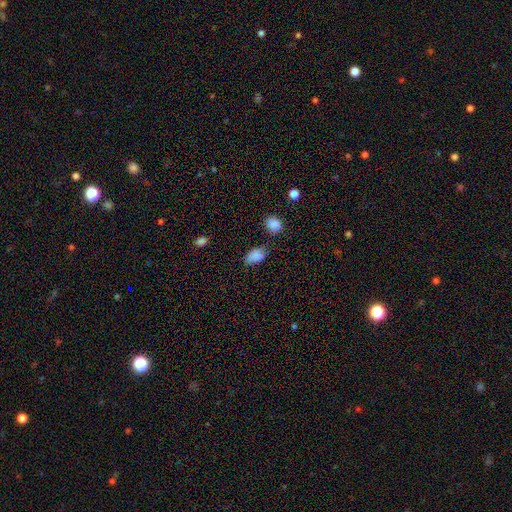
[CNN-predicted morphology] Smooth or featured? smooth (85%)
How rounded? in between (88%)
Merging? none (62%)